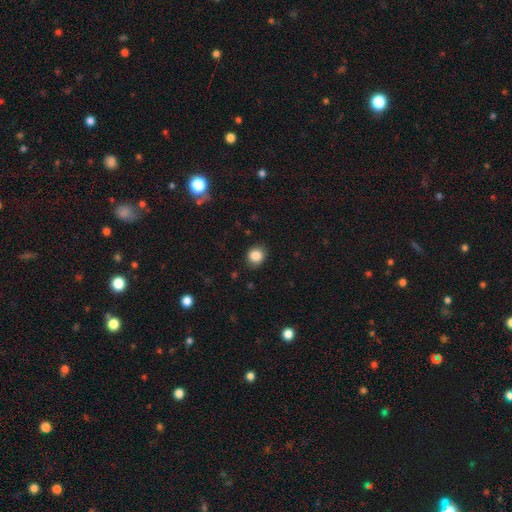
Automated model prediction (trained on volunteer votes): Smooth or featured: smooth — 86% (star or artifact — 10%)
How rounded: round — 76% (in between — 23%)
Merging: none — 86% (minor disturbance — 11%)